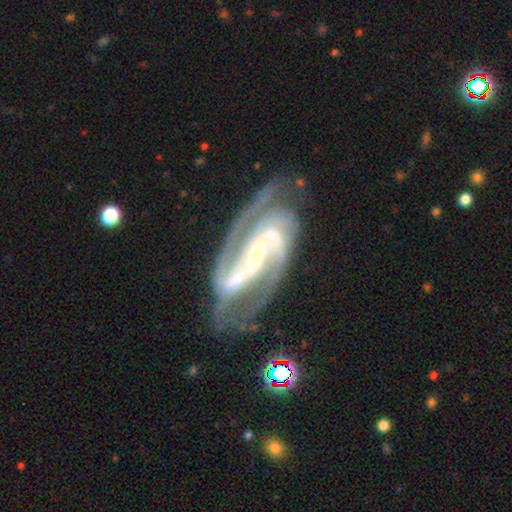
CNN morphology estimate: smooth_or_featured: featured or disk (p=0.92) [alt: star or artifact p=0.05]
disk_edge_on: no (p=0.96) [alt: yes p=0.04]
bar: strong (p=0.65) [alt: weak p=0.24]
has_spiral_arms: yes (p=0.98) [alt: no p=0.02]
spiral_winding: medium (p=0.53) [alt: tight p=0.32]
spiral_arm_count: 2 (p=0.81) [alt: 3 p=0.08]
bulge_size: small (p=0.66) [alt: moderate p=0.22]
merging: none (p=0.69) [alt: minor disturbance p=0.18]